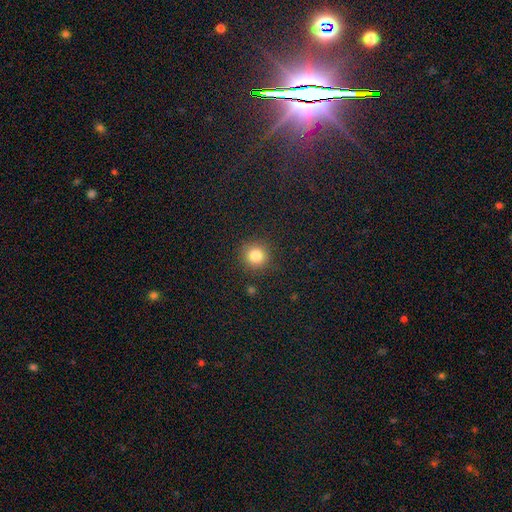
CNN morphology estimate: The model was most divided on "smooth or featured": smooth: 82%, star or artifact: 12%, featured or disk: 6%. More confident: how rounded — round (93%); merging — none (89%).